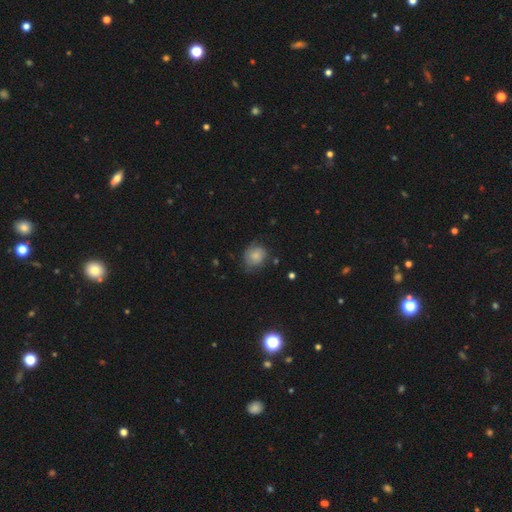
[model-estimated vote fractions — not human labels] smooth_or_featured: smooth (p=0.66) [alt: featured or disk p=0.26]
how_rounded: round (p=0.65) [alt: in between p=0.34]
merging: none (p=0.60) [alt: minor disturbance p=0.28]